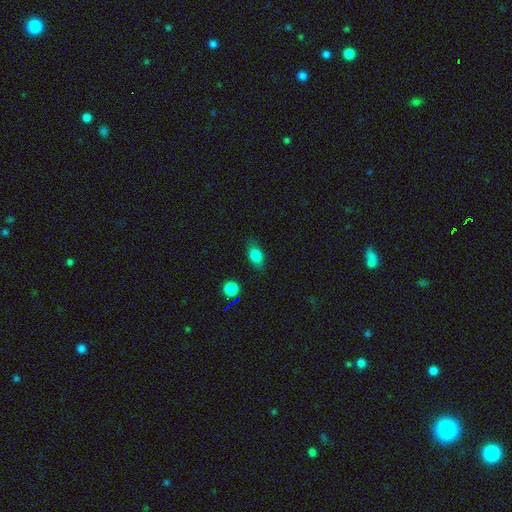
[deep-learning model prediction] The model was most divided on "merging": none: 79%, minor disturbance: 16%, major disturbance: 4%, merger: 2%. More confident: how rounded — in between (81%); smooth or featured — smooth (80%).